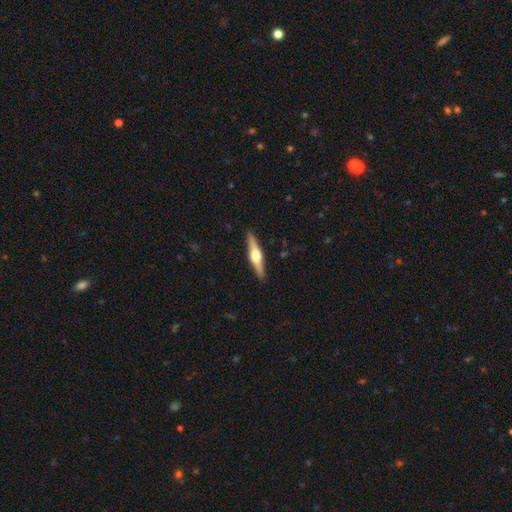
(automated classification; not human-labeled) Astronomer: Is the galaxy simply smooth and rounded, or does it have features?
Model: featured or disk — 69%.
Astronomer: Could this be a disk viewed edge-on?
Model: yes — 98%.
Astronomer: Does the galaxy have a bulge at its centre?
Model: rounded — 95%.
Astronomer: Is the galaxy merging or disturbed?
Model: none — 91%.